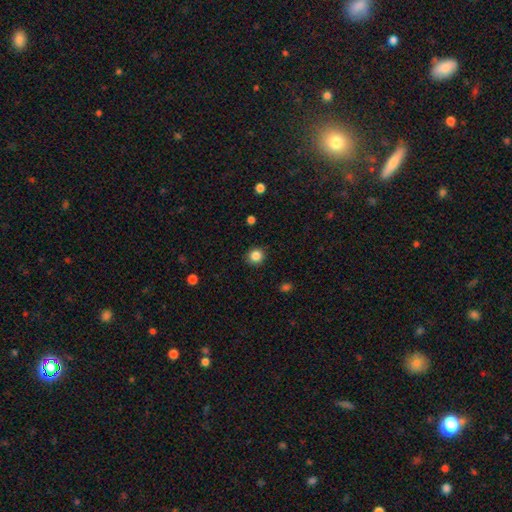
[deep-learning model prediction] Q: Smooth or featured?
A: smooth (85%); runner-up: star or artifact (11%)
Q: How rounded?
A: round (90%); runner-up: in between (9%)
Q: Merging?
A: none (91%); runner-up: minor disturbance (6%)